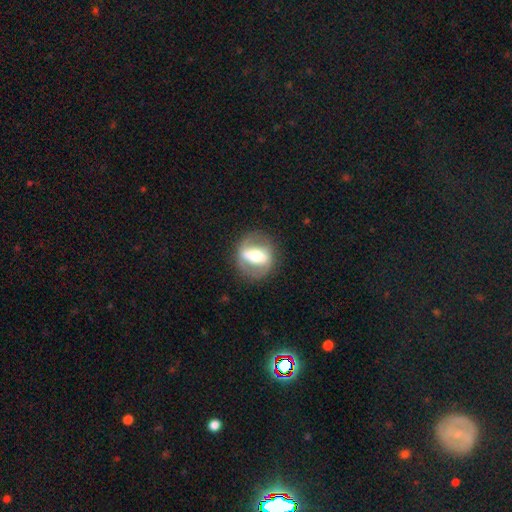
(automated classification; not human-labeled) The model was most divided on "spiral arms": no: 63%, yes: 37%. More confident: edge-on disk — no (84%); merging — none (79%); smooth or featured — featured or disk (66%); bar — strong (64%); bulge size — moderate (62%).